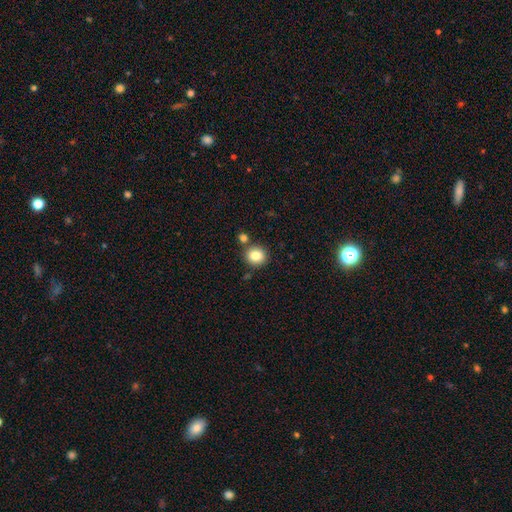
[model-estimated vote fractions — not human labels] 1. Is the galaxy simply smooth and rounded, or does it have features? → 84% smooth, 10% star or artifact, 6% featured or disk.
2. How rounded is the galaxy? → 89% round, 10% in between, 1% cigar-shaped.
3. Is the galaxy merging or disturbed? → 79% none, 11% merger, 8% minor disturbance, 2% major disturbance.